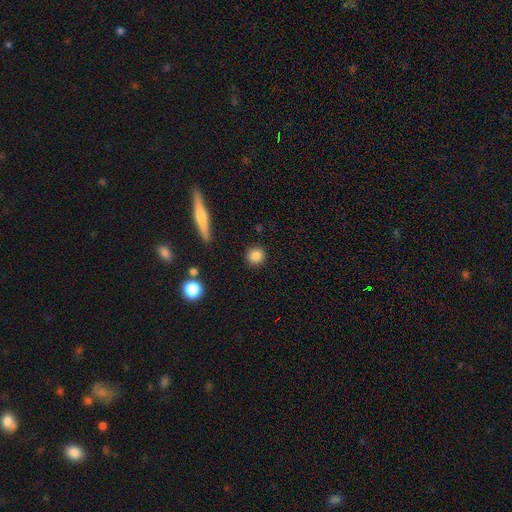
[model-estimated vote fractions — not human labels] This appears to be a smooth galaxy with no disk features (85%) that is round (90%). Merging: none (90%).